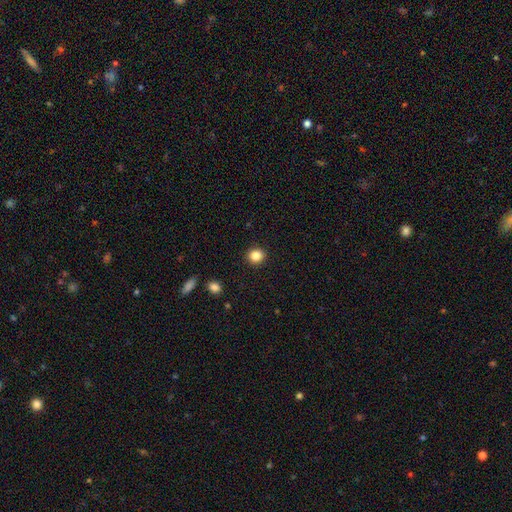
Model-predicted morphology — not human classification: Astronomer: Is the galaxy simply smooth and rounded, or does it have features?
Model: smooth — 85%.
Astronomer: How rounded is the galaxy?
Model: round — 87%.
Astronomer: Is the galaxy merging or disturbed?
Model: none — 92%.